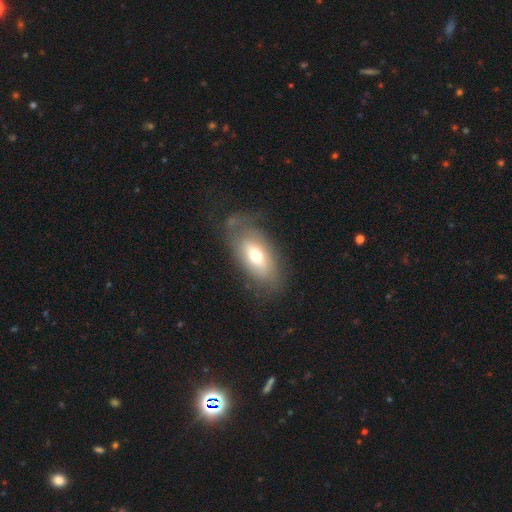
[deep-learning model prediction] Smooth or featured?
  - smooth: 56% *
  - featured or disk: 37%
  - star or artifact: 7%
How rounded?
  - in between: 89% *
  - cigar-shaped: 8%
  - round: 3%
Merging?
  - none: 62% *
  - minor disturbance: 24%
  - major disturbance: 11%
  - merger: 2%